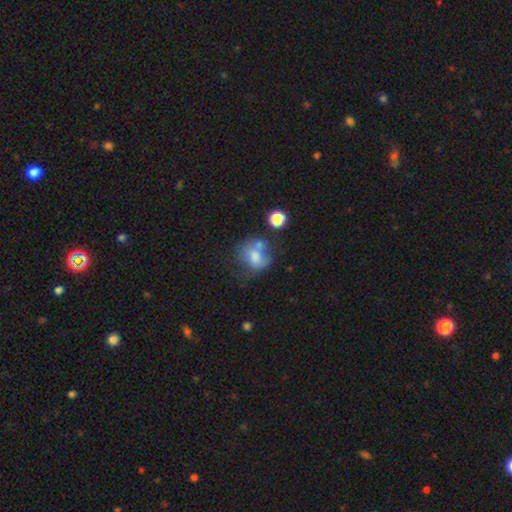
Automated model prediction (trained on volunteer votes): Morphology: type=smooth (63%); roundness=round (57%); merging=merger (31%, tied with none).